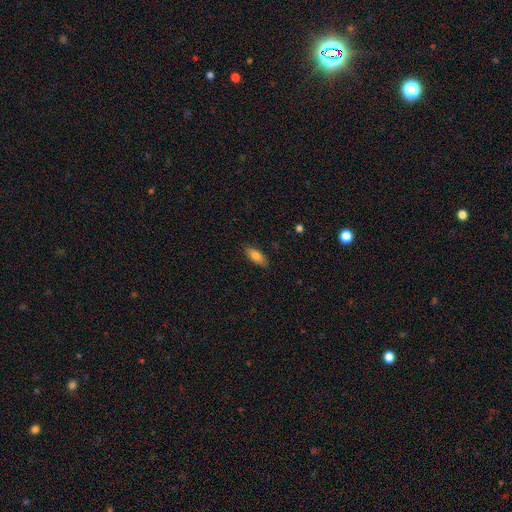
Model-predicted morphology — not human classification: A smooth galaxy with no disk features (78%) that is in between round and cigar-shaped (74%).

Vote fractions:
- Smooth or featured? smooth: 78% / featured or disk: 15% / star or artifact: 7%
- How rounded? in between: 74% / cigar-shaped: 23% / round: 2%
- Merging? none: 85% / minor disturbance: 12% / major disturbance: 2% / merger: 1%